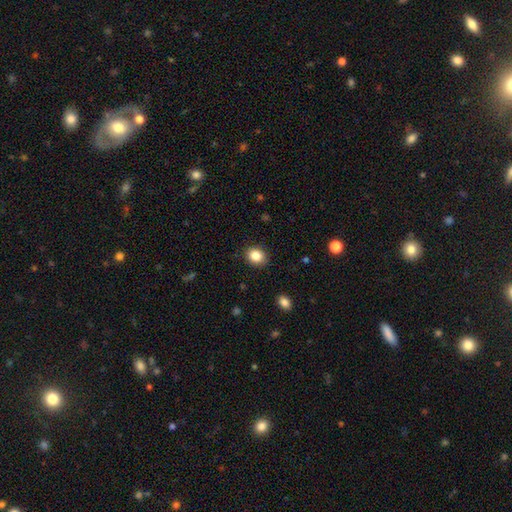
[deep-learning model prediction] Smooth or featured? smooth (85%)
How rounded? round (60%)
Merging? none (88%)